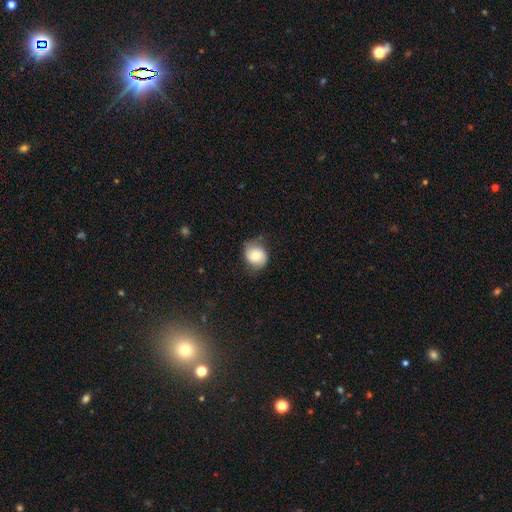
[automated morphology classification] This is likely a smooth galaxy (70%). How rounded: likely round (68%). Merging: likely none (67%).